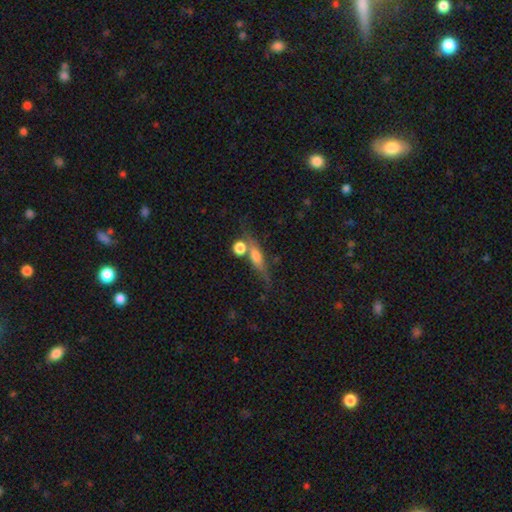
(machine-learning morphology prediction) Q: Smooth or featured?
A: smooth (50%); runner-up: featured or disk (39%)
Q: Merging?
A: none (54%); runner-up: merger (22%)